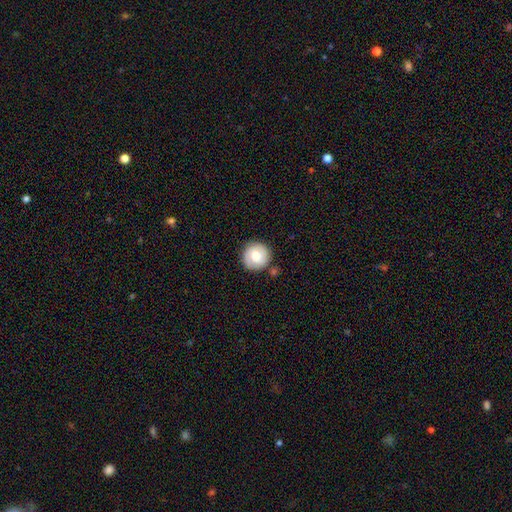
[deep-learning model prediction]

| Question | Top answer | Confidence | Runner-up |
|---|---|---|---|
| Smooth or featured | smooth | 49% | featured or disk (44%) |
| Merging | none | 82% | minor disturbance (11%) |